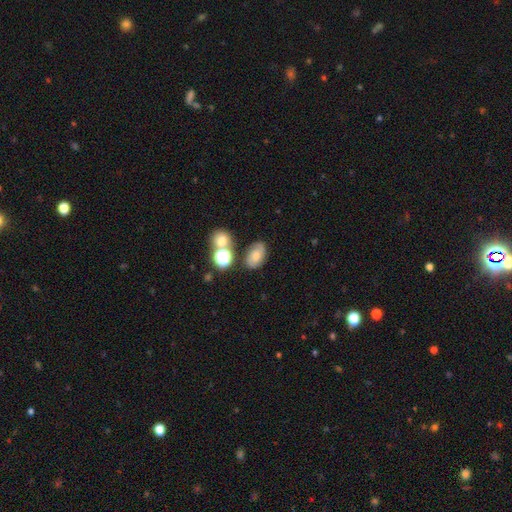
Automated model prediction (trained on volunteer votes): Q: Smooth or featured?
A: smooth (63%); runner-up: featured or disk (23%)
Q: How rounded?
A: in between (83%); runner-up: round (15%)
Q: Merging?
A: none (68%); runner-up: minor disturbance (17%)